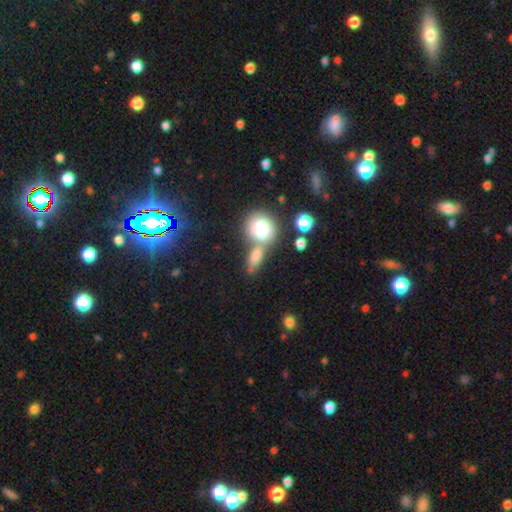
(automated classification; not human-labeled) A smooth galaxy with no disk features (73%) that is in between round and cigar-shaped (63%). Merging: none (41%).